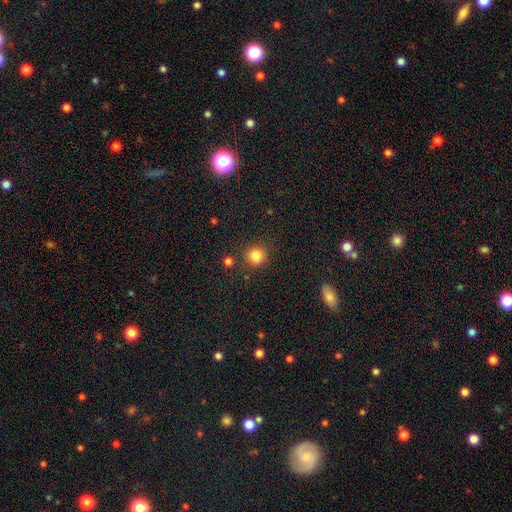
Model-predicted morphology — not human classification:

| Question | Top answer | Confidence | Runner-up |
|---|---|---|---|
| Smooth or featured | smooth | 84% | star or artifact (12%) |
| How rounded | round | 90% | in between (9%) |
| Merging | none | 83% | minor disturbance (9%) |